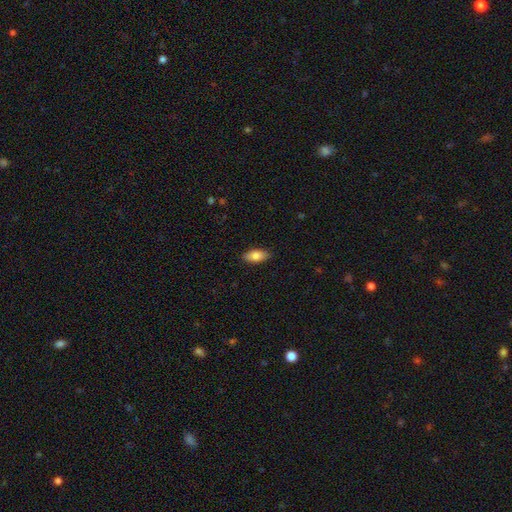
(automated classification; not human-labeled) This appears to be a smooth galaxy with no disk features (83%) that is in between round and cigar-shaped (88%). Merging: none (89%).